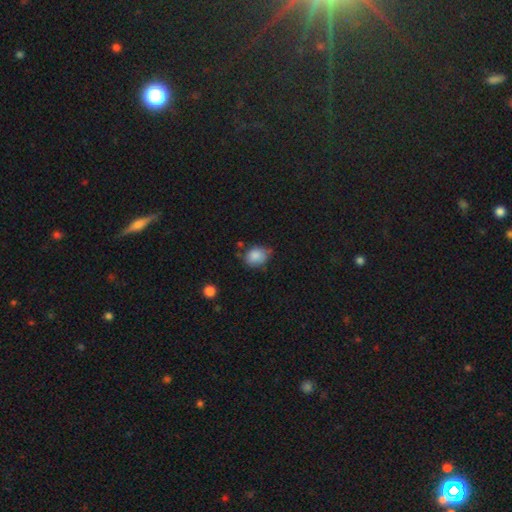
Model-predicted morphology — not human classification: This appears to be a smooth galaxy with no disk features (85%) that is round (53%). Merging: none (62%).